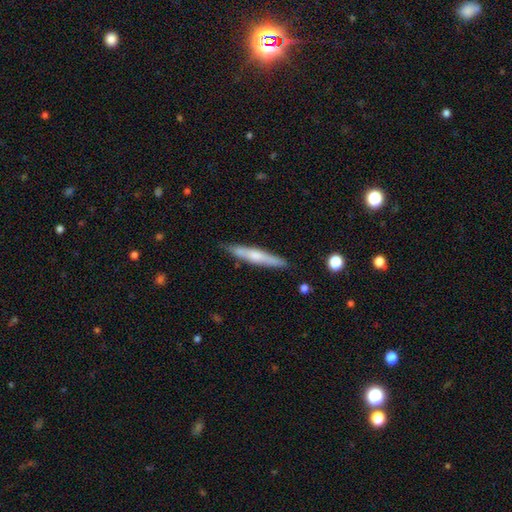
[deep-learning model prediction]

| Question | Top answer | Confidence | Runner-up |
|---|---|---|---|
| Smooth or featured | smooth | 47% | tied: featured or disk (47%) |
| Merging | none | 84% | minor disturbance (12%) |